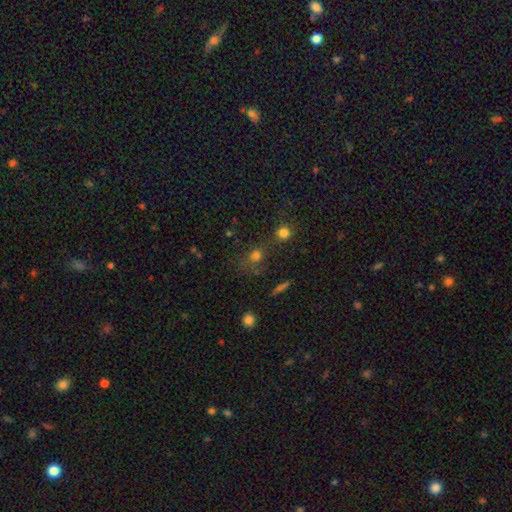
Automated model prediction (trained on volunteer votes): This appears to be a smooth galaxy with no disk features (63%) that is round (74%). Merging: none (55%).